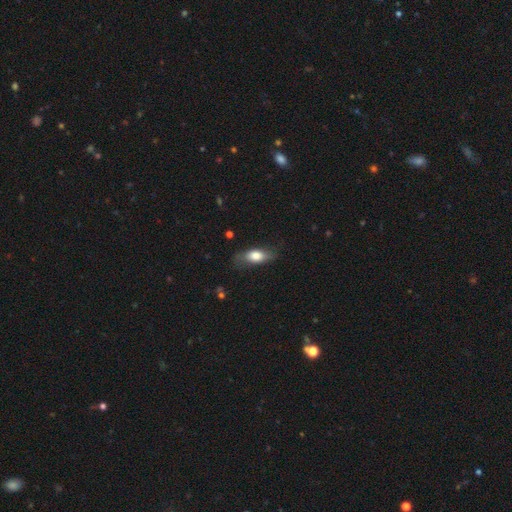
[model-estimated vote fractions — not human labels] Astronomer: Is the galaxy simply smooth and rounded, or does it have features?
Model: smooth — 72%.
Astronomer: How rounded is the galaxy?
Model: in between — 77%.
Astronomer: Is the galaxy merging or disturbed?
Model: none — 71%.